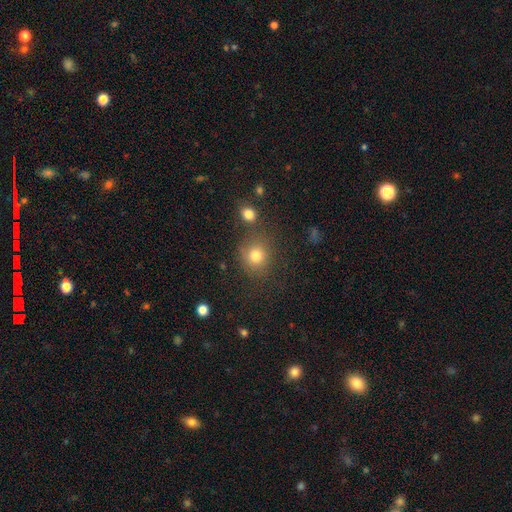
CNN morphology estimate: Overall: smooth (78%). How rounded: round (81%). Merging: none (71%).